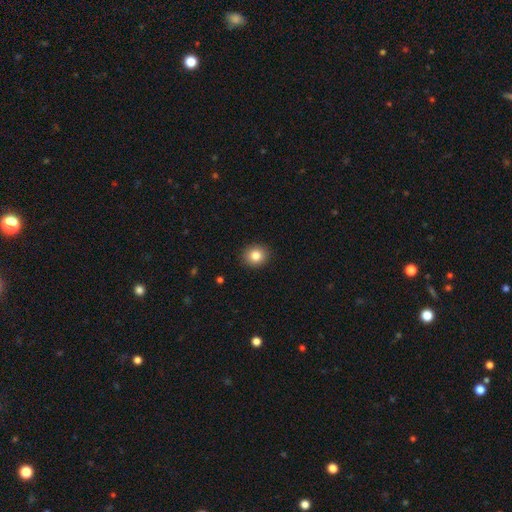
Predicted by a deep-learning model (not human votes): The model was most divided on "how rounded": round: 78%, in between: 21%, cigar-shaped: 1%. More confident: merging — none (91%); smooth or featured — smooth (83%).